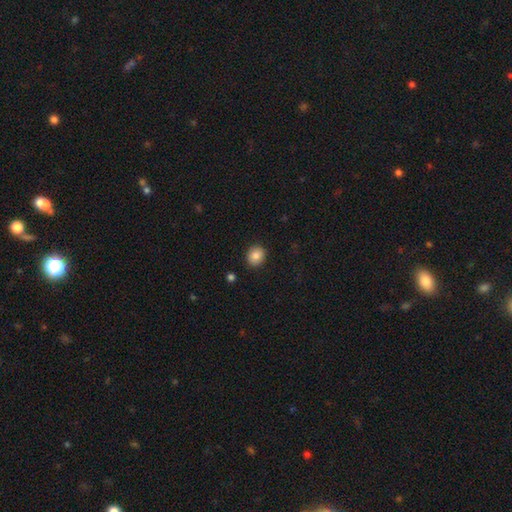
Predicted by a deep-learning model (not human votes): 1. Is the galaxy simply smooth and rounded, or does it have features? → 85% smooth, 9% star or artifact, 6% featured or disk.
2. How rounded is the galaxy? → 66% round, 33% in between, 1% cigar-shaped.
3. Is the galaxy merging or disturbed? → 90% none, 7% minor disturbance, 2% major disturbance, 1% merger.